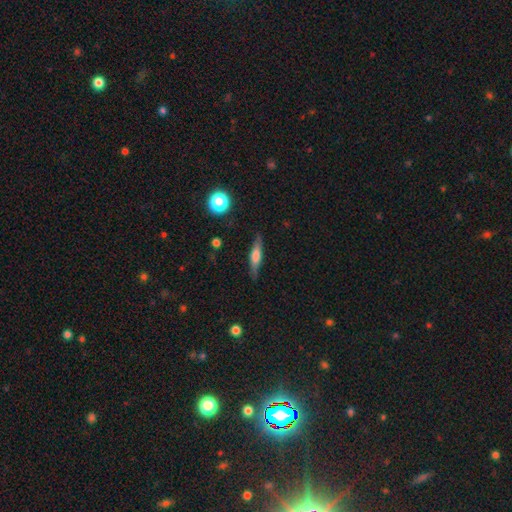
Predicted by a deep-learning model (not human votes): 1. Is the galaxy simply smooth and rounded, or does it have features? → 49% smooth, 44% featured or disk, 7% star or artifact.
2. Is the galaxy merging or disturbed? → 83% none, 13% minor disturbance, 3% major disturbance, 1% merger.